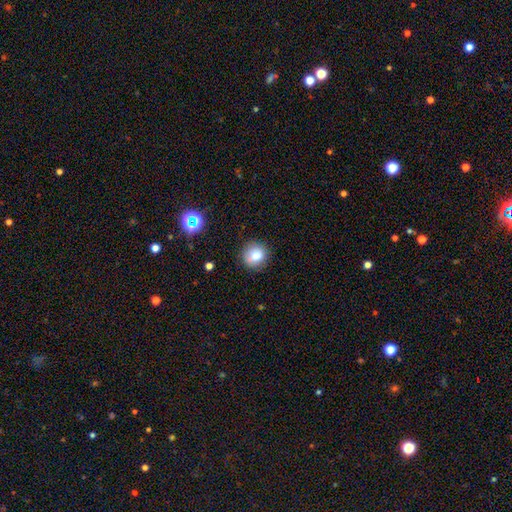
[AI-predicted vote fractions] Smooth or featured? smooth (79%)
How rounded? round (85%)
Merging? none (86%)